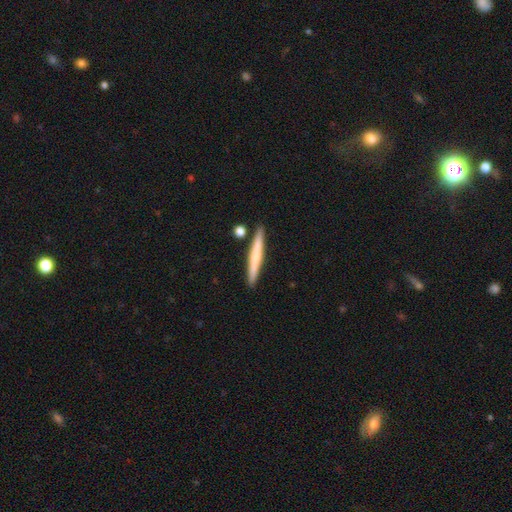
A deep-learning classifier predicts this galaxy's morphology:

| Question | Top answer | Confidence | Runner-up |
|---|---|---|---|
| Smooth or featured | smooth | 56% | featured or disk (38%) |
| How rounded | cigar-shaped | 96% | in between (3%) |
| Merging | none | 87% | minor disturbance (7%) |